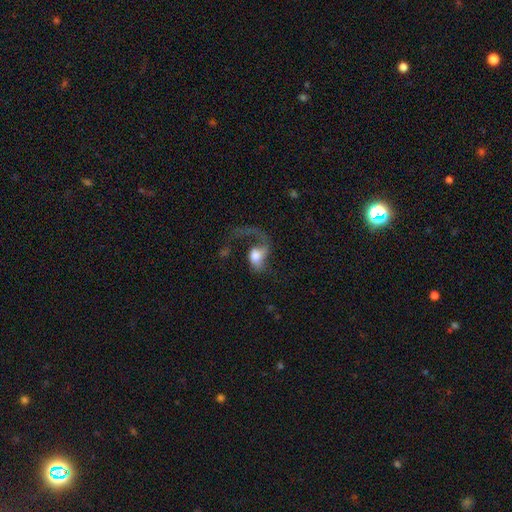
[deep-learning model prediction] smooth_or_featured: featured or disk (p=0.56) [alt: smooth p=0.36]
disk_edge_on: no (p=0.96) [alt: yes p=0.04]
bar: no (p=0.68) [alt: weak p=0.24]
has_spiral_arms: yes (p=0.80) [alt: no p=0.20]
bulge_size: moderate (p=0.39) [alt: large p=0.38]
merging: major disturbance (p=0.60) [alt: none p=0.23]